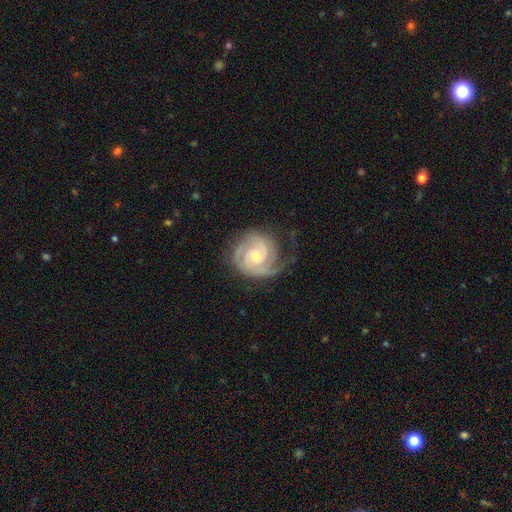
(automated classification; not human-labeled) Q: Smooth or featured?
A: featured or disk (88%); runner-up: smooth (7%)
Q: Edge-on disk?
A: no (98%); runner-up: yes (2%)
Q: Bar?
A: no (66%); runner-up: weak (28%)
Q: Spiral arms?
A: yes (97%); runner-up: no (3%)
Q: Spiral winding?
A: tight (67%); runner-up: medium (28%)
Q: Spiral arm count?
A: 2 (47%); runner-up: 3 (25%)
Q: Bulge size?
A: small (55%); runner-up: moderate (41%)
Q: Merging?
A: none (67%); runner-up: minor disturbance (21%)